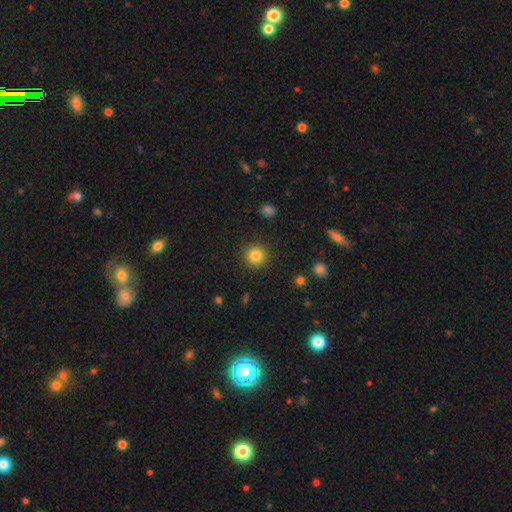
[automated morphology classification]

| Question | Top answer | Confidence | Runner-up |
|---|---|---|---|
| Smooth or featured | smooth | 83% | star or artifact (11%) |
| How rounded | round | 94% | in between (5%) |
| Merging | none | 91% | minor disturbance (6%) |